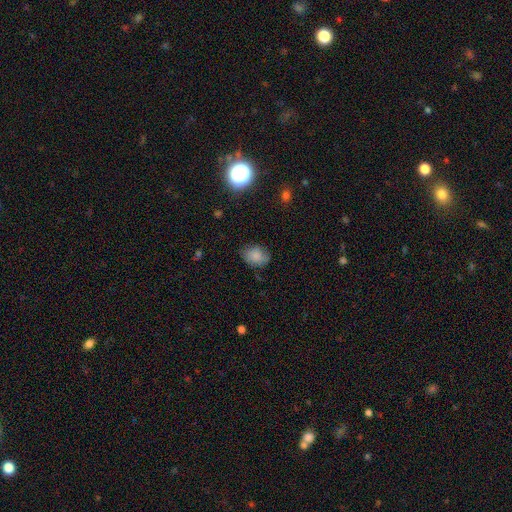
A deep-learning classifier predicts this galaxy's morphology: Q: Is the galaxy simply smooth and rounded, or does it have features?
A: smooth — 81%.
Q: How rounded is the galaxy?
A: in between — 65%.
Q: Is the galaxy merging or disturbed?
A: none — 73%.